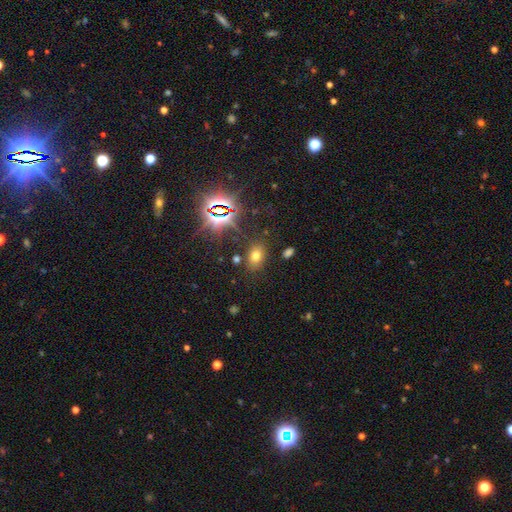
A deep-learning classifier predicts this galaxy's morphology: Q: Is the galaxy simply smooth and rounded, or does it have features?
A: smooth — 63%.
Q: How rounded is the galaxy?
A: in between — 80%.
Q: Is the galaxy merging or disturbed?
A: none — 82%.